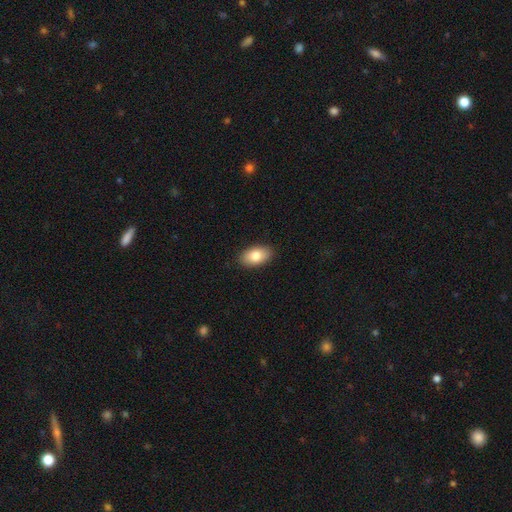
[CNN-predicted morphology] Smooth or featured? smooth (82%)
How rounded? in between (93%)
Merging? none (89%)